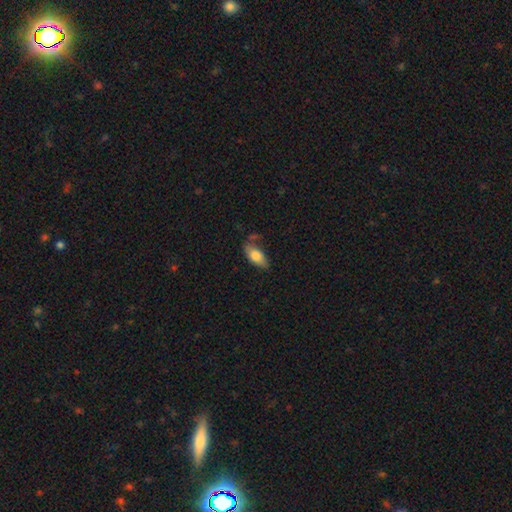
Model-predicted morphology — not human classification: Q: Smooth or featured?
A: smooth (76%); runner-up: featured or disk (17%)
Q: How rounded?
A: in between (87%); runner-up: cigar-shaped (10%)
Q: Merging?
A: none (58%); runner-up: minor disturbance (27%)